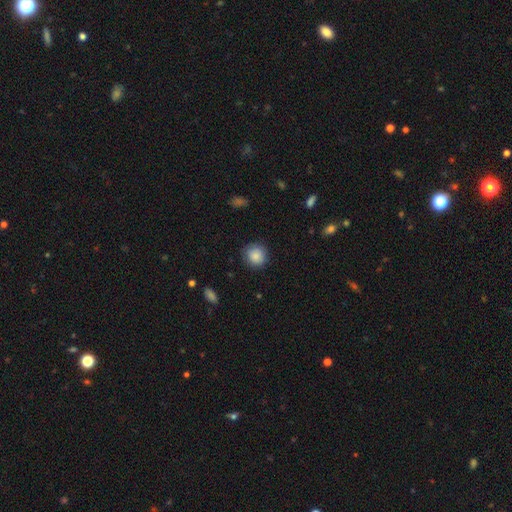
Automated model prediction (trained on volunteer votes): smooth_or_featured: smooth (p=0.86) [alt: star or artifact p=0.08]
how_rounded: round (p=0.88) [alt: in between p=0.11]
merging: none (p=0.82) [alt: minor disturbance p=0.14]